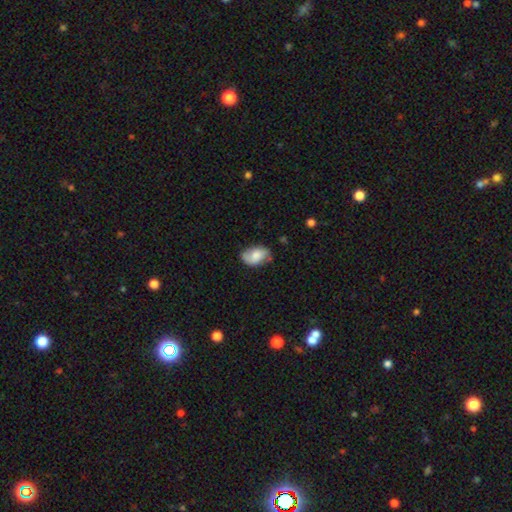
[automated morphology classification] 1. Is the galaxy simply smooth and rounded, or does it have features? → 56% smooth, 36% featured or disk, 8% star or artifact.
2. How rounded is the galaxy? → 87% in between, 11% round, 1% cigar-shaped.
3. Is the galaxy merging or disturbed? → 66% none, 26% minor disturbance, 7% major disturbance, 2% merger.